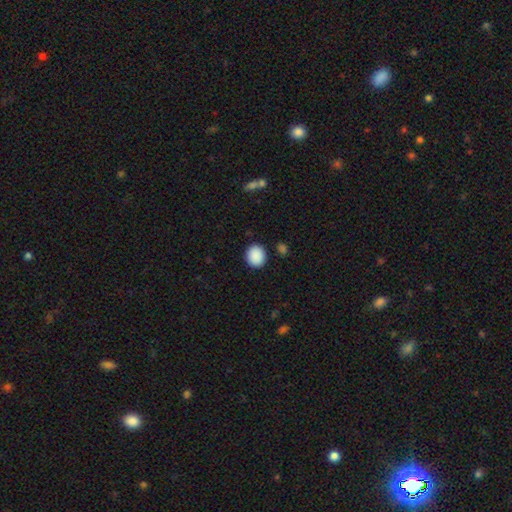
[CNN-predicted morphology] Smooth or featured? Predicted: smooth (p=0.90). How rounded? Predicted: round (p=0.76). Merging? Predicted: none (p=0.88).